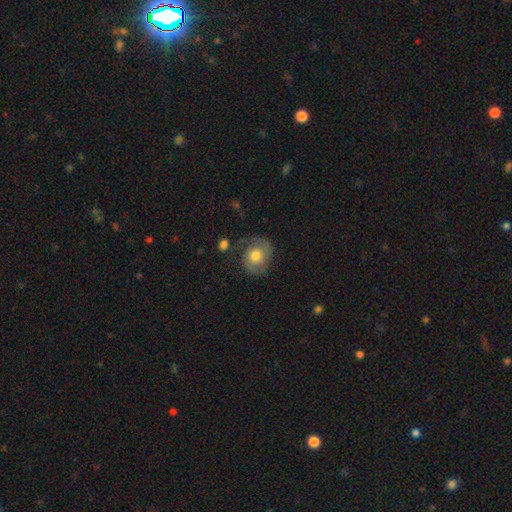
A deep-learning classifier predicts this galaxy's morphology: Smooth or featured? featured or disk (48%)
Merging? none (60%)